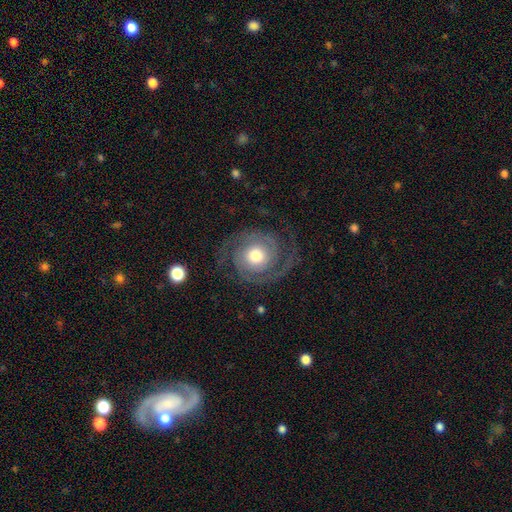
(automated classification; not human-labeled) Morphology: type=featured or disk (89%); edge-on=no (98%); bar=no (77%); spiral arms=yes (98%); winding=tight (55%); arm count=2 (90%); bulge=moderate (61%); merging=none (81%).